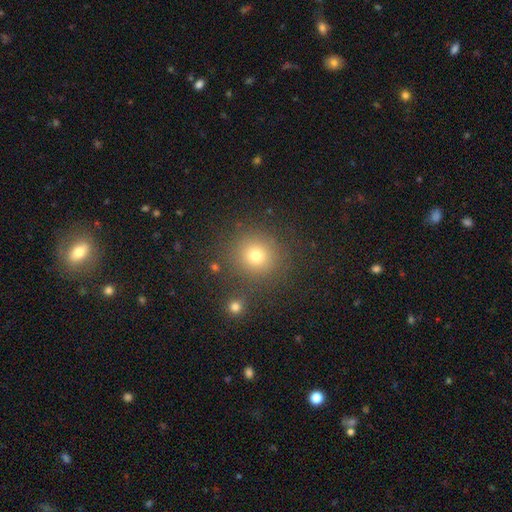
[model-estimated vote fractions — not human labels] smooth-or-featured: smooth: 74% | star or artifact: 18% | featured or disk: 9%
  how-rounded: round: 89% | in between: 10% | cigar-shaped: 1%
  merging: none: 84% | minor disturbance: 8% | merger: 4% | major disturbance: 3%